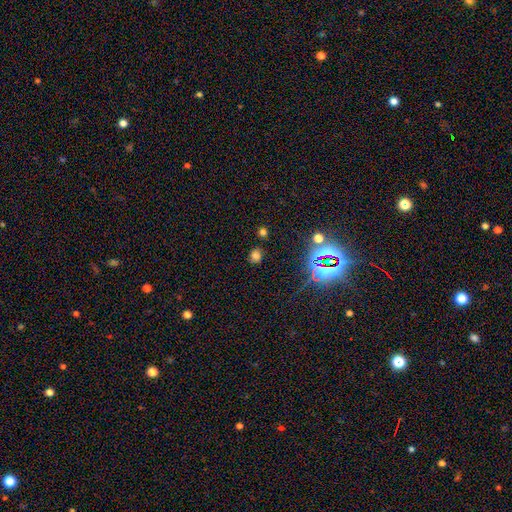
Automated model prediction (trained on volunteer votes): Morphology: type=smooth (65%); roundness=round (71%); merging=none (80%).